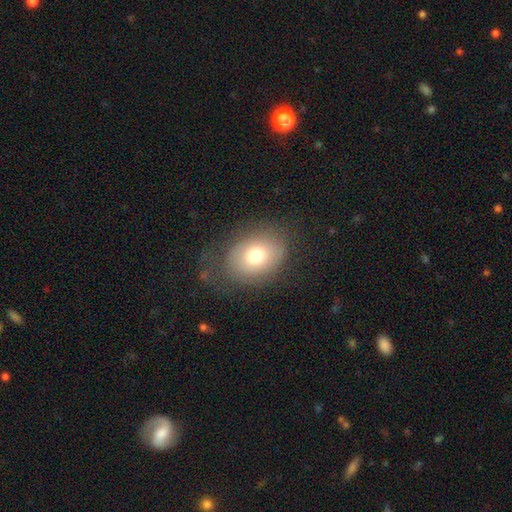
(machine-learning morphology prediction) This is likely a smooth galaxy (70%). How rounded: likely in between (69%). Merging: likely none (66%).